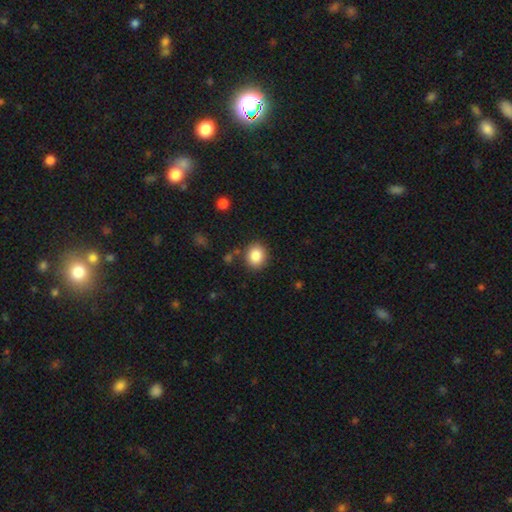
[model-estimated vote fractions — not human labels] Smooth or featured? Predicted: smooth (p=0.86). How rounded? Predicted: round (p=0.73). Merging? Predicted: none (p=0.86).